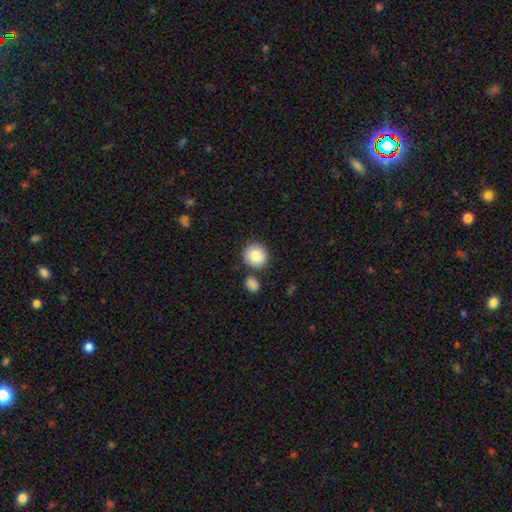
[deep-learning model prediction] This appears to be a smooth galaxy with no disk features (86%) that is round (90%). Merging: none (77%).